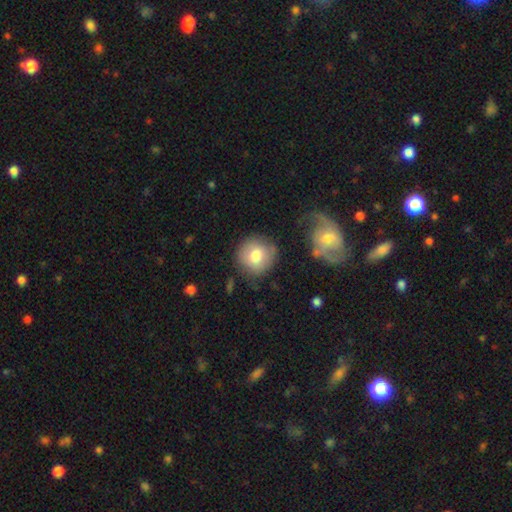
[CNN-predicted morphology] This is likely a smooth galaxy (76%). How rounded: clearly round (91%). Merging: likely none (78%).